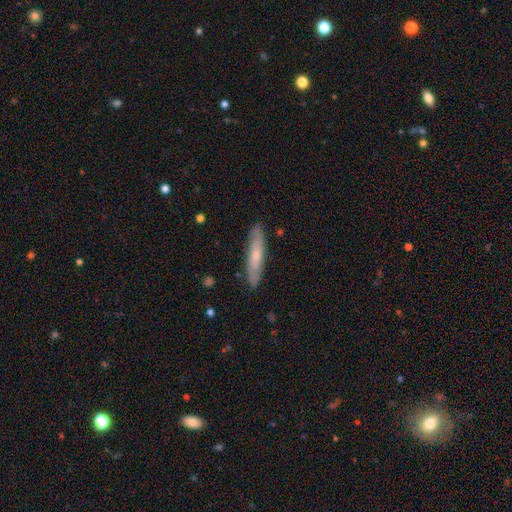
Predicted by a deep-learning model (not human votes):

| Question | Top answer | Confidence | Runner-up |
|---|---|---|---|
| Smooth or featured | smooth | 54% | featured or disk (41%) |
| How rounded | cigar-shaped | 86% | in between (13%) |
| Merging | none | 87% | minor disturbance (10%) |